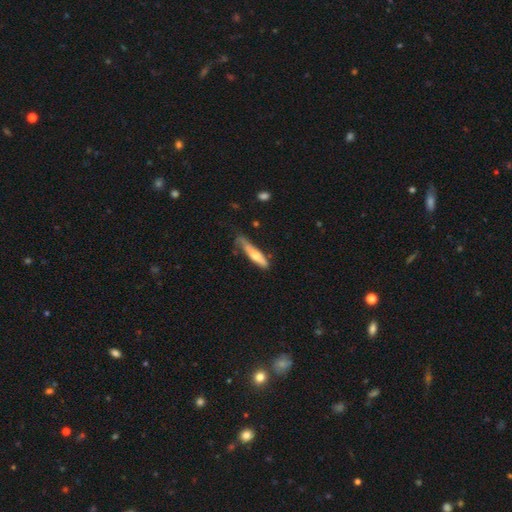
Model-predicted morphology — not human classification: A smooth galaxy with no disk features (54%) that is cigar-shaped (82%).

Vote fractions:
- Smooth or featured? smooth: 54% / featured or disk: 41% / star or artifact: 6%
- How rounded? cigar-shaped: 82% / in between: 16% / round: 2%
- Merging? none: 46% / minor disturbance: 35% / major disturbance: 16% / merger: 4%